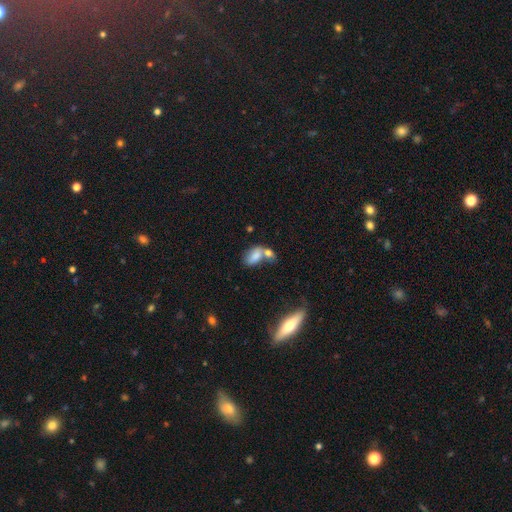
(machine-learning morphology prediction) This appears to be a smooth galaxy with no disk features (76%) that is in between round and cigar-shaped (88%). Merging: merger (50%).